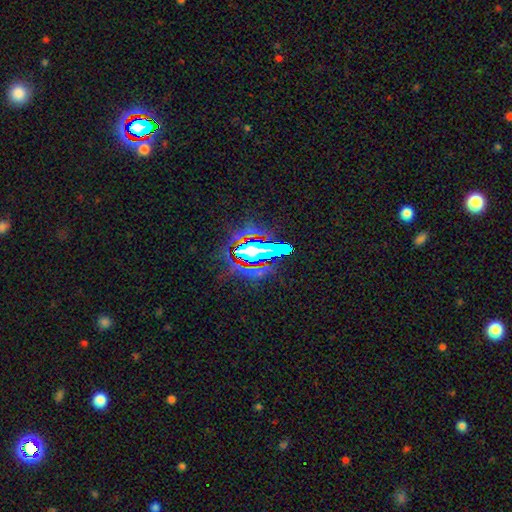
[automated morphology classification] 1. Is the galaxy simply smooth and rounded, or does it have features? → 63% star or artifact, 19% featured or disk, 18% smooth.